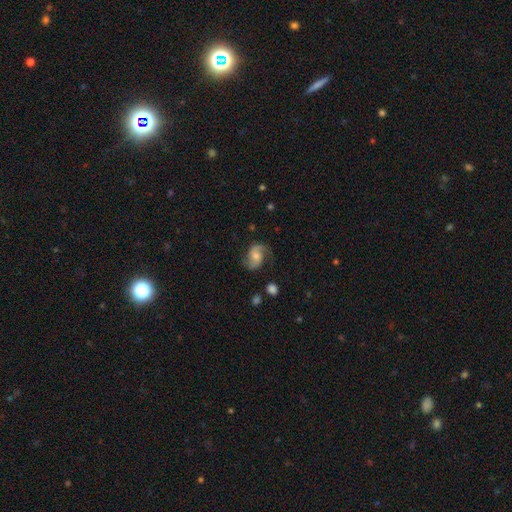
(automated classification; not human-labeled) Q: Smooth or featured?
A: featured or disk (75%); runner-up: smooth (17%)
Q: Edge-on disk?
A: no (98%); runner-up: yes (2%)
Q: Bar?
A: no (59%); runner-up: weak (33%)
Q: Spiral arms?
A: yes (95%); runner-up: no (5%)
Q: Spiral winding?
A: loose (46%); runner-up: medium (41%)
Q: Spiral arm count?
A: 2 (89%); runner-up: 1 (4%)
Q: Bulge size?
A: moderate (49%); runner-up: small (40%)
Q: Merging?
A: none (72%); runner-up: minor disturbance (18%)